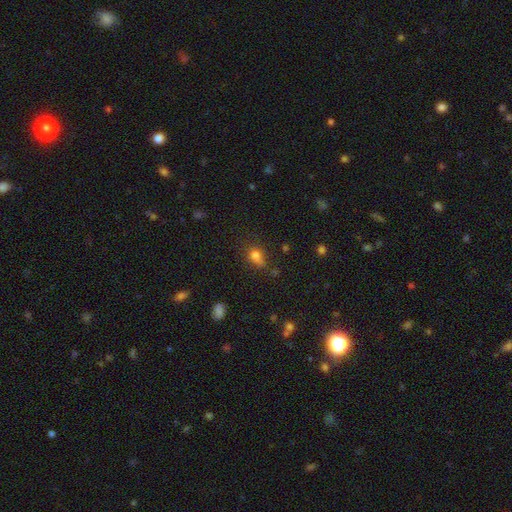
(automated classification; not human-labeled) Q: Smooth or featured?
A: smooth (76%); runner-up: star or artifact (15%)
Q: How rounded?
A: in between (59%); runner-up: round (38%)
Q: Merging?
A: none (51%); runner-up: minor disturbance (29%)